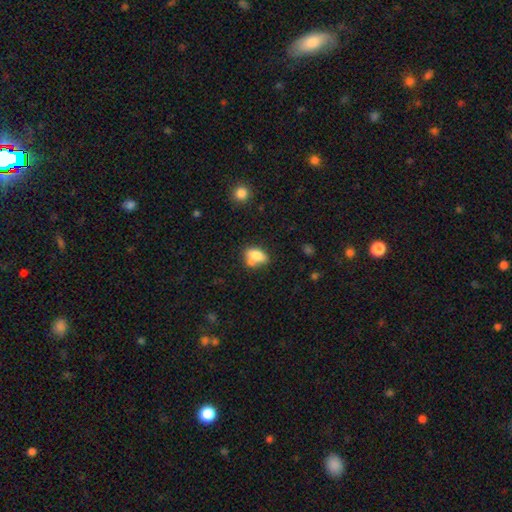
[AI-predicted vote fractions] Q: Smooth or featured?
A: smooth (75%); runner-up: featured or disk (16%)
Q: How rounded?
A: in between (82%); runner-up: round (13%)
Q: Merging?
A: none (43%); runner-up: merger (33%)